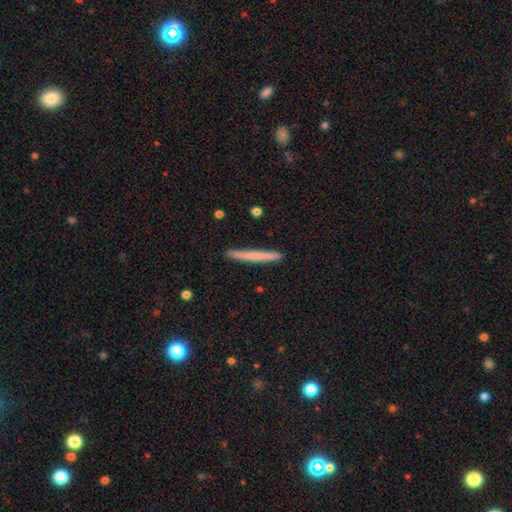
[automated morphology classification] Q: Smooth or featured?
A: smooth (62%); runner-up: featured or disk (32%)
Q: How rounded?
A: cigar-shaped (97%); runner-up: in between (2%)
Q: Merging?
A: none (92%); runner-up: minor disturbance (6%)